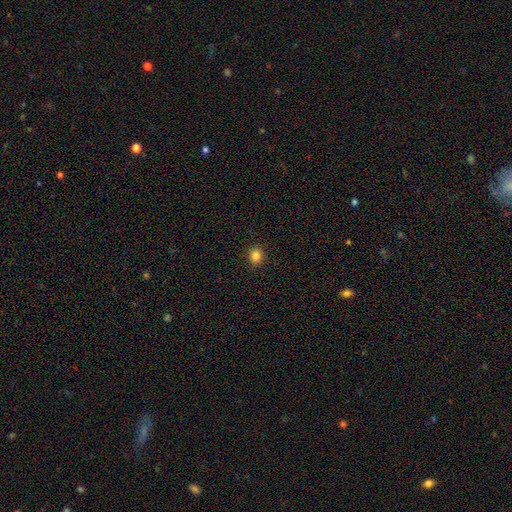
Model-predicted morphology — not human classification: Q: Smooth or featured?
A: smooth (83%); runner-up: star or artifact (12%)
Q: How rounded?
A: round (73%); runner-up: in between (26%)
Q: Merging?
A: none (91%); runner-up: minor disturbance (6%)